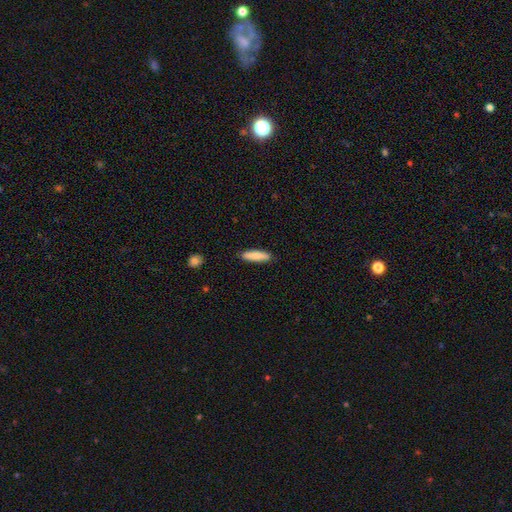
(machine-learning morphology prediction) This appears to be a smooth galaxy with no disk features (85%) that is cigar-shaped (67%). Merging: none (89%).